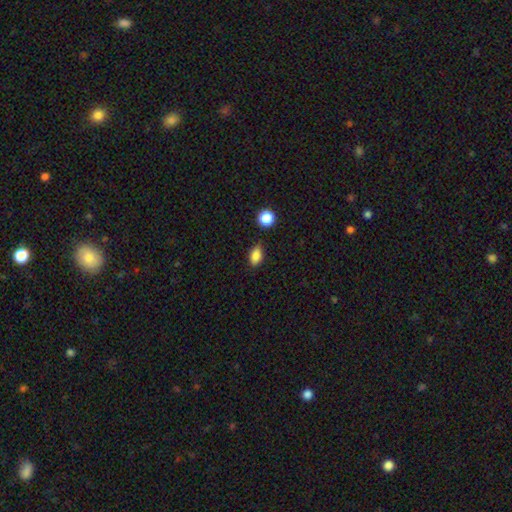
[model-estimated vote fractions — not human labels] This is clearly a smooth galaxy (86%). How rounded: clearly in between (83%). Merging: likely none (80%).